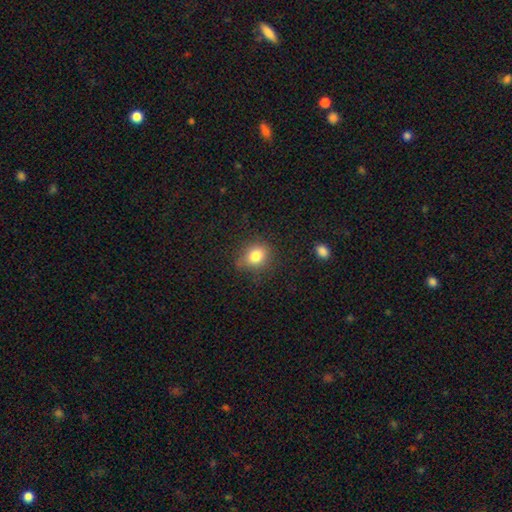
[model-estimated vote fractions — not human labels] The model was most divided on "how rounded": round: 64%, in between: 35%, cigar-shaped: 1%. More confident: smooth or featured — smooth (81%); merging — none (78%).